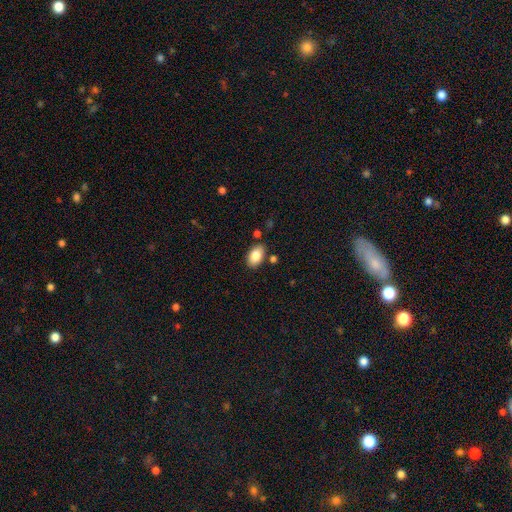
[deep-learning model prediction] smooth 84%, featured or disk 8%, star or artifact 7%. Down the decision tree: how rounded — in between (92%); merging — none (83%).